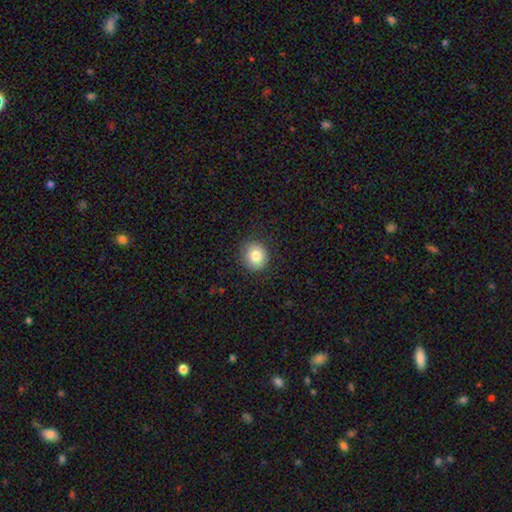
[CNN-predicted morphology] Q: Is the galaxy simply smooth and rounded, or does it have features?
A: smooth — 82%.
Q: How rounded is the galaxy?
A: round — 84%.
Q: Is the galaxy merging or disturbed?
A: none — 88%.